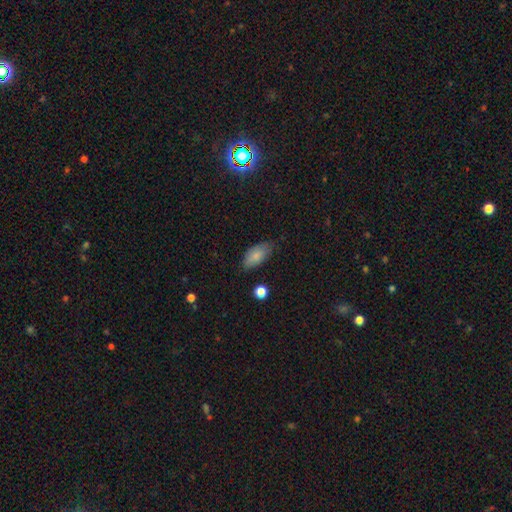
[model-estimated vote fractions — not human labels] A smooth galaxy with no disk features (82%) that is in between round and cigar-shaped (91%). Merging: none (69%).